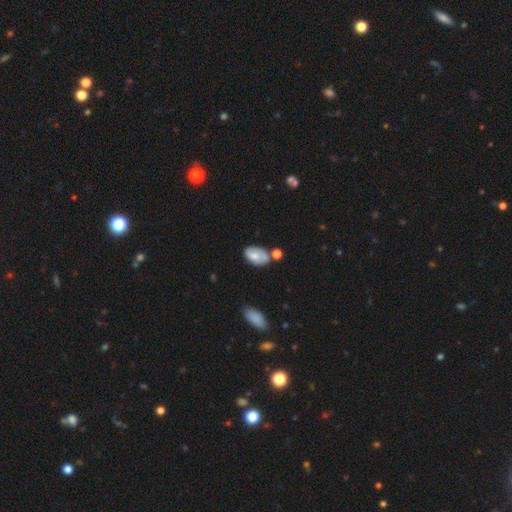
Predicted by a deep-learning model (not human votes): Overall: smooth (64%; featured or disk 29%). How rounded: in between (91%). Merging: none (54%; minor disturbance 23%).